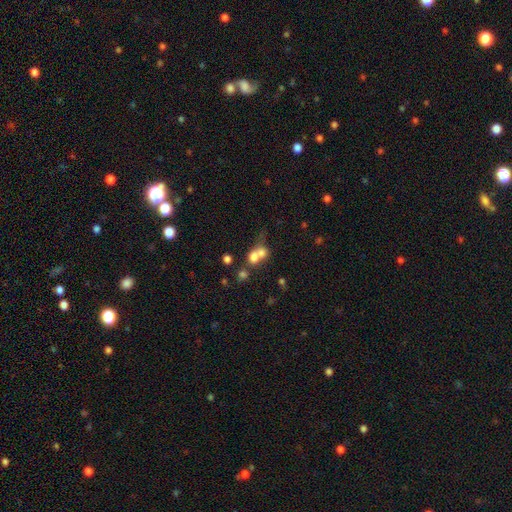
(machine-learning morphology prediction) Q: Smooth or featured?
A: smooth (67%); runner-up: featured or disk (19%)
Q: How rounded?
A: round (70%); runner-up: in between (29%)
Q: Merging?
A: merger (66%); runner-up: none (23%)